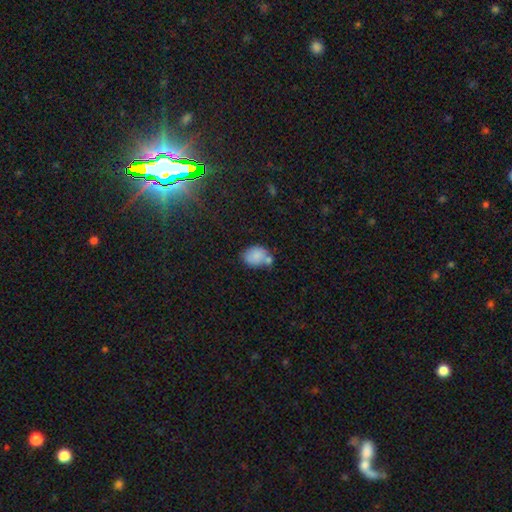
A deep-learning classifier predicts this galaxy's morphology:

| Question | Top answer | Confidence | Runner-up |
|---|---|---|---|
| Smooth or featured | smooth | 82% | featured or disk (9%) |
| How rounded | in between | 67% | round (32%) |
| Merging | none | 43% | merger (29%) |